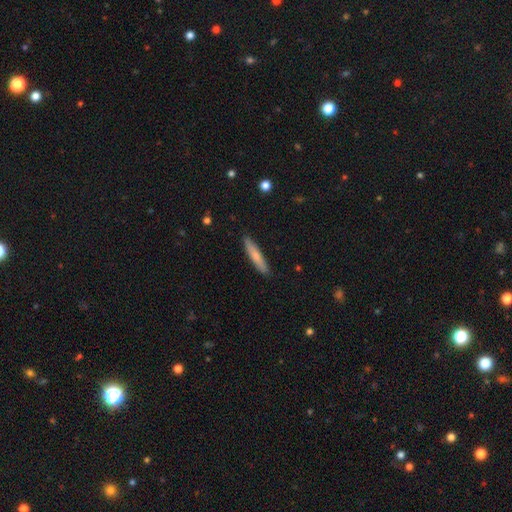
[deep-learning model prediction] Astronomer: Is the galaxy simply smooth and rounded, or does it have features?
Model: smooth — 72%.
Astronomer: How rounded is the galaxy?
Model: cigar-shaped — 91%.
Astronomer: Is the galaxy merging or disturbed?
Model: none — 89%.